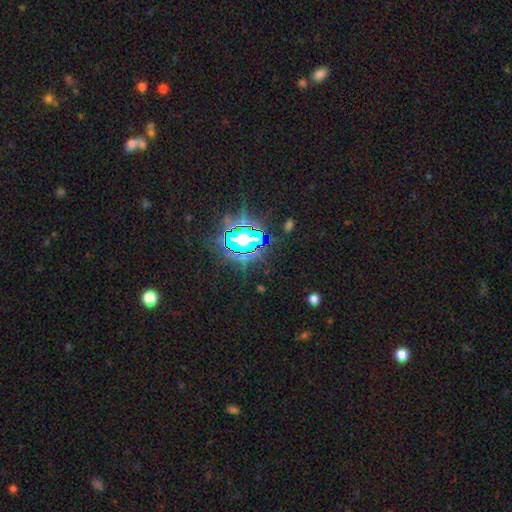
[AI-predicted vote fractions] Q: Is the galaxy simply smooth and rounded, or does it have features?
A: star or artifact — 73%.